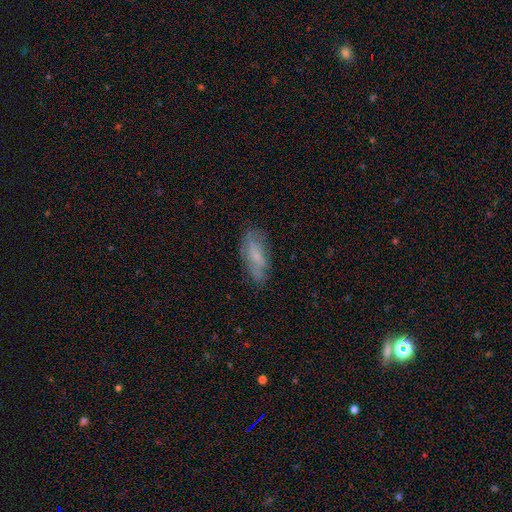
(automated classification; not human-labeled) smooth_or_featured: smooth (p=0.57) [alt: featured or disk p=0.35]
how_rounded: in between (p=0.70) [alt: cigar-shaped p=0.28]
merging: none (p=0.73) [alt: minor disturbance p=0.20]